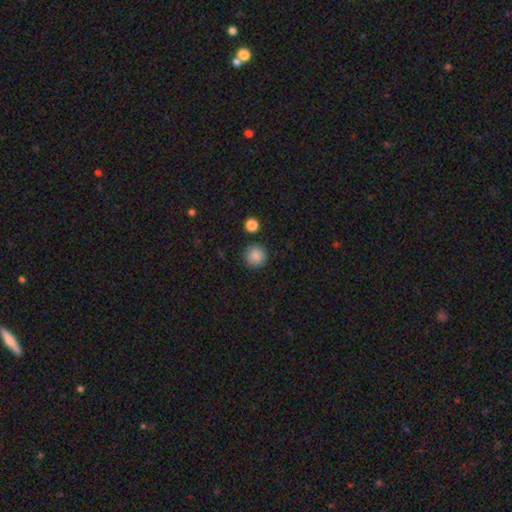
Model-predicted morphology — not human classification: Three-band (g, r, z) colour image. It shows a smooth galaxy with no disk features (87%) that is round (95%). Merging: none (89%).